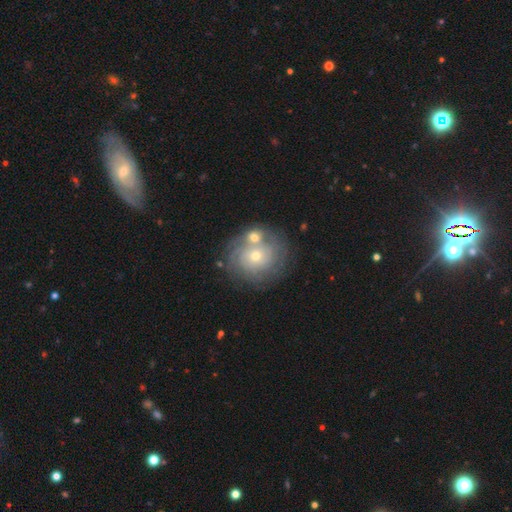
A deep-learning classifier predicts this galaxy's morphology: Overall: featured or disk (70%). Edge-on disk: no (97%). Bar: no (82%). Spiral arms: yes (85%). Spiral arm count: can't tell (47%; 3 15%). Spiral winding: tight (77%). Bulge size: small (54%; moderate 42%). Merging: none (64%).